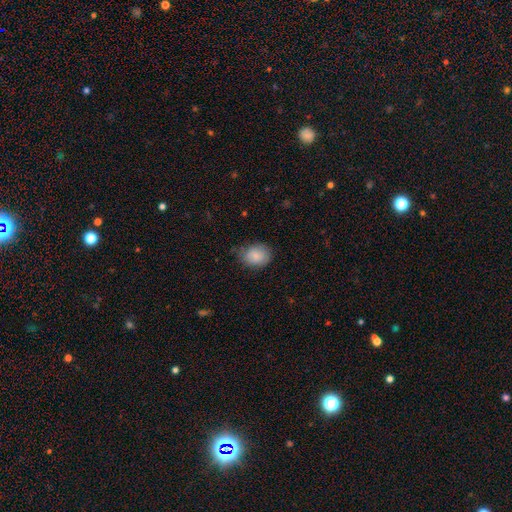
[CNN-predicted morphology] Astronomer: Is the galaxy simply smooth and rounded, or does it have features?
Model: smooth — 86%.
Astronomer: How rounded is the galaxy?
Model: in between — 57% (runner-up: round, 42%).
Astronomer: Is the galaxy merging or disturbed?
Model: none — 67%.